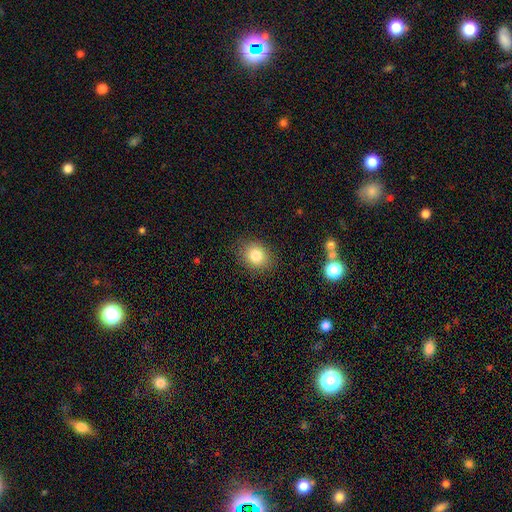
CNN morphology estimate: smooth_or_featured: smooth (p=0.82) [alt: star or artifact p=0.10]
how_rounded: round (p=0.63) [alt: in between p=0.36]
merging: none (p=0.86) [alt: minor disturbance p=0.10]